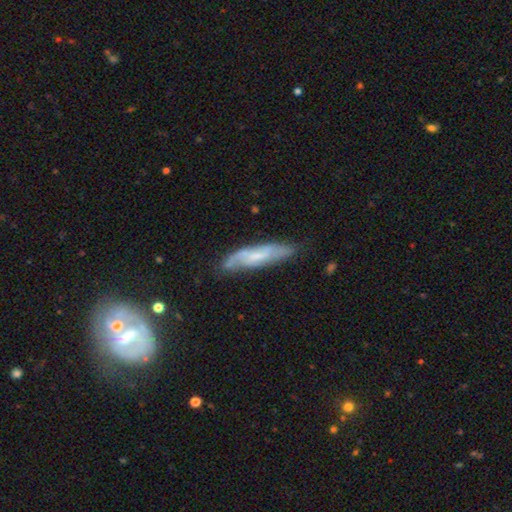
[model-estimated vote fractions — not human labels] featured or disk 60%, smooth 33%, star or artifact 7%. Down the decision tree: edge-on disk — no (64%); merging — none (69%).